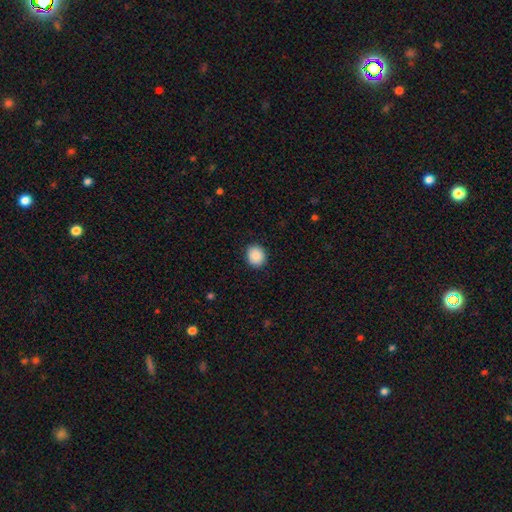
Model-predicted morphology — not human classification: A smooth galaxy with no disk features (90%) that is round (74%).

Vote fractions:
- Smooth or featured? smooth: 90% / star or artifact: 8% / featured or disk: 3%
- How rounded? round: 74% / in between: 25% / cigar-shaped: 1%
- Merging? none: 90% / minor disturbance: 7% / major disturbance: 2% / merger: 1%